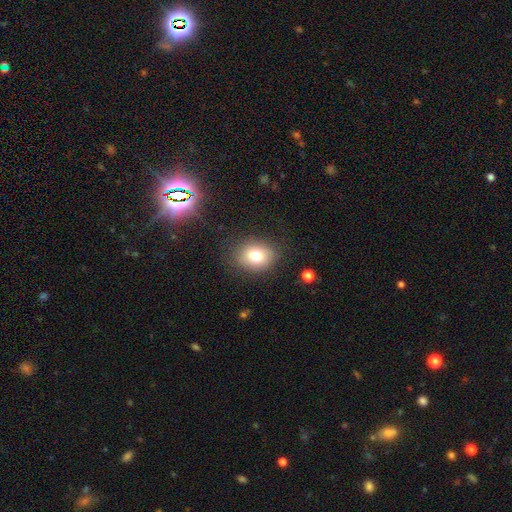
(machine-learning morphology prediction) Q: Smooth or featured?
A: smooth (78%); runner-up: featured or disk (12%)
Q: How rounded?
A: in between (56%); runner-up: round (43%)
Q: Merging?
A: none (83%); runner-up: minor disturbance (12%)